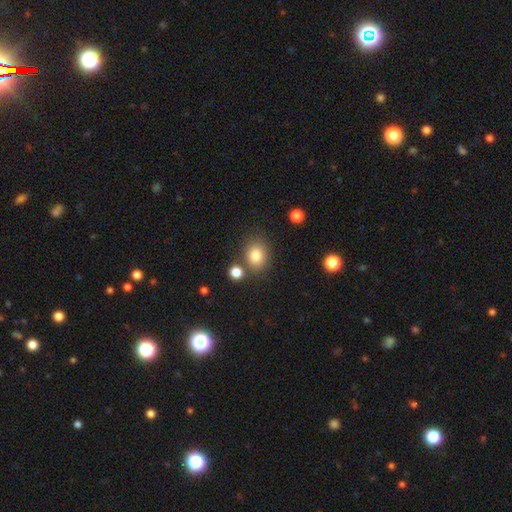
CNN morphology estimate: smooth_or_featured: smooth (p=0.82) [alt: star or artifact p=0.11]
how_rounded: round (p=0.58) [alt: in between p=0.41]
merging: none (p=0.74) [alt: minor disturbance p=0.12]